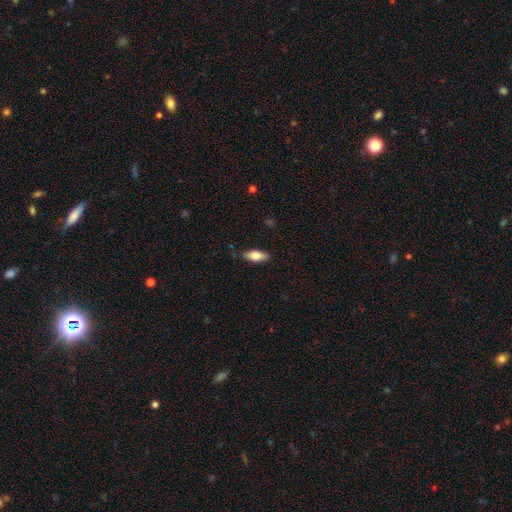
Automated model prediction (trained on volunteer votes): Smooth or featured: smooth — 75% (featured or disk — 19%)
How rounded: in between — 79% (cigar-shaped — 19%)
Merging: none — 81% (minor disturbance — 15%)